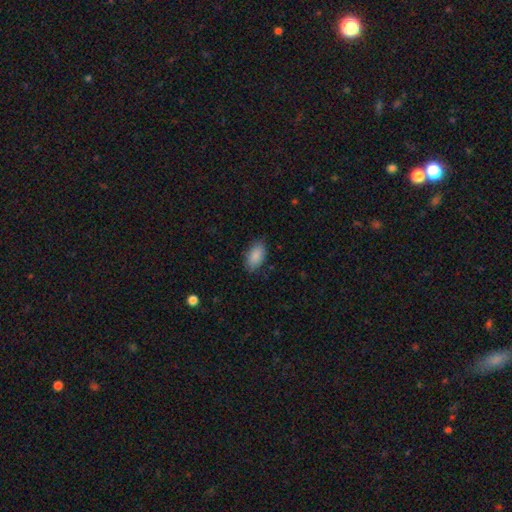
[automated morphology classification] Overall: smooth (88%). How rounded: in between (93%). Merging: none (83%).